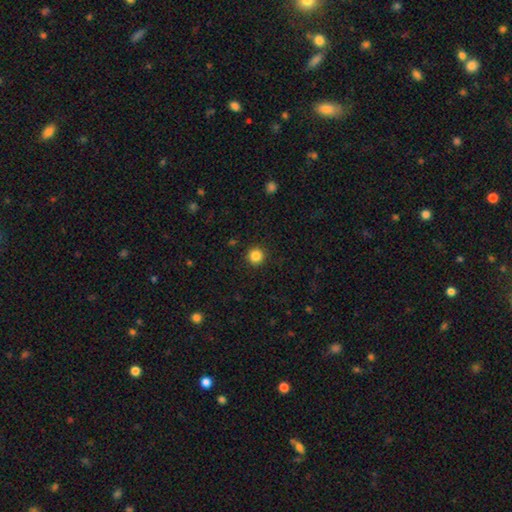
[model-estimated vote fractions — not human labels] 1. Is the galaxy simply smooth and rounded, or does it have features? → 85% smooth, 11% star or artifact, 4% featured or disk.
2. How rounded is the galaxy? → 95% round, 4% in between, 1% cigar-shaped.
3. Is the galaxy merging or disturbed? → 92% none, 5% minor disturbance, 2% major disturbance, 1% merger.